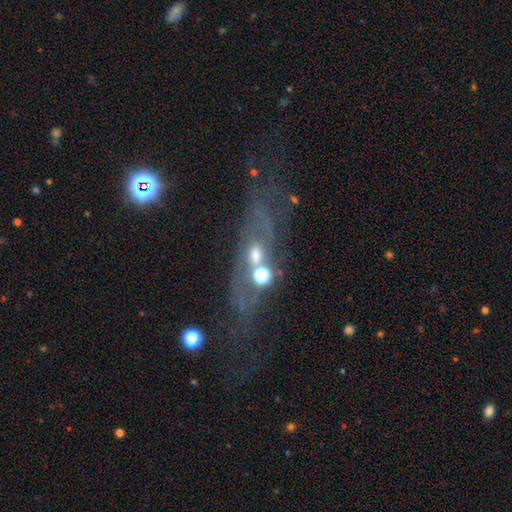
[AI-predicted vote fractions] featured or disk 53%, smooth 29%, star or artifact 18%. Down the decision tree: edge-on disk — no (75%); merging — none (48%).